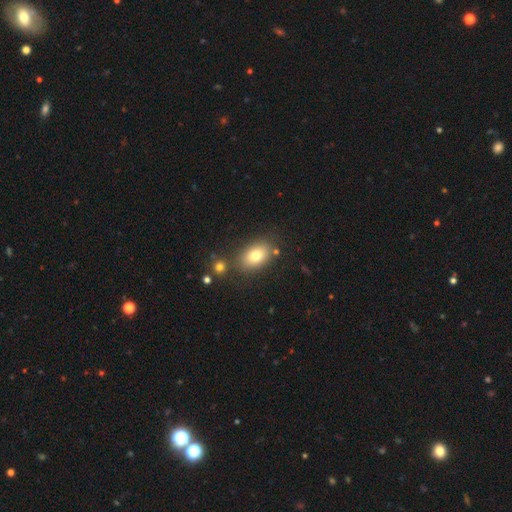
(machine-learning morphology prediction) This is likely a smooth galaxy (76%). How rounded: clearly in between (82%). Merging: likely none (77%).